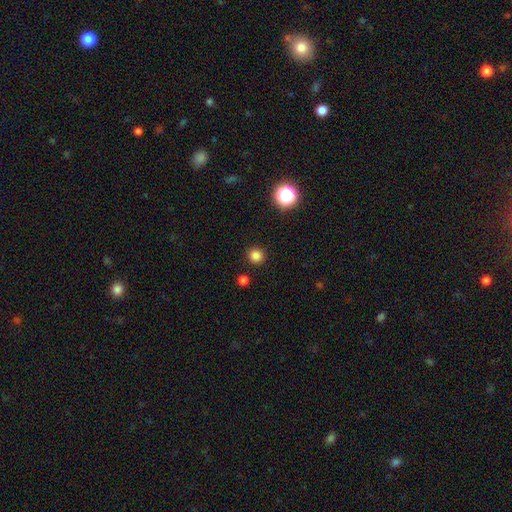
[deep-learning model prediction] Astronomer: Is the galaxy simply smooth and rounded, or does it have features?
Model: smooth — 82%.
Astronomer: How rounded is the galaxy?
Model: round — 94%.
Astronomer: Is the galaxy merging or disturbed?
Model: none — 91%.